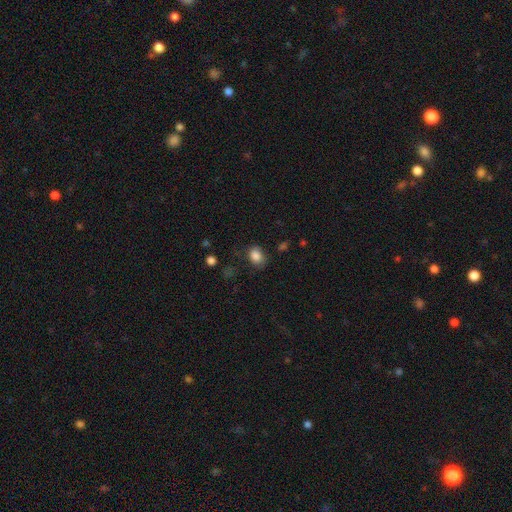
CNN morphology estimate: smooth_or_featured: smooth (p=0.85) [alt: star or artifact p=0.10]
how_rounded: in between (p=0.60) [alt: round p=0.39]
merging: none (p=0.73) [alt: minor disturbance p=0.19]